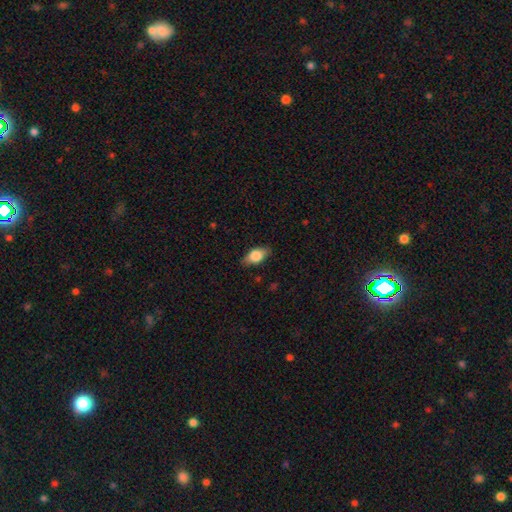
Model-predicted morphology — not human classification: smooth 75%, featured or disk 18%, star or artifact 7%. Down the decision tree: how rounded — in between (87%); merging — none (84%).